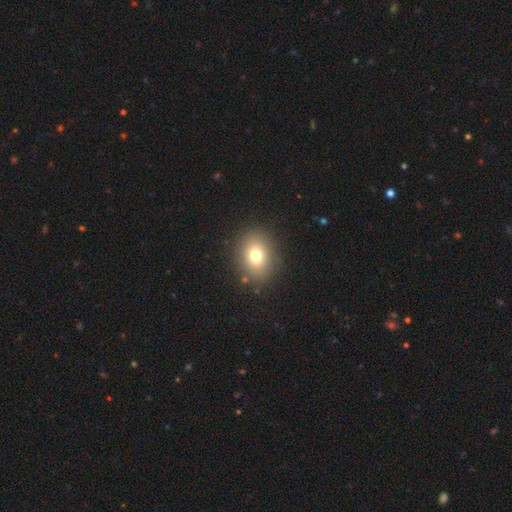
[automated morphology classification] type=smooth (75%); roundness=in between (50%); merging=none (87%).